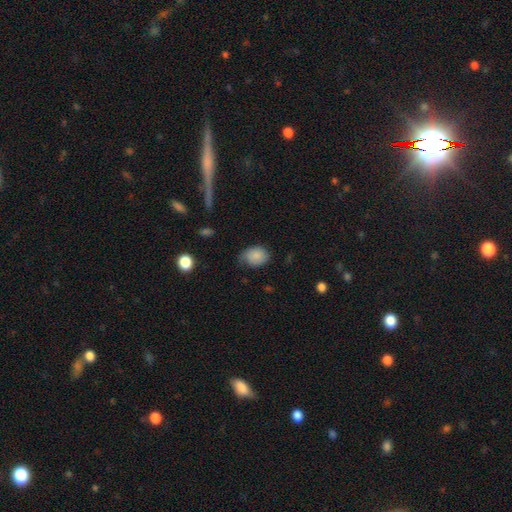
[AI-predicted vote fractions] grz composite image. It shows a smooth galaxy with no disk features (83%) that is in between round and cigar-shaped (57%). Merging: none (54%).